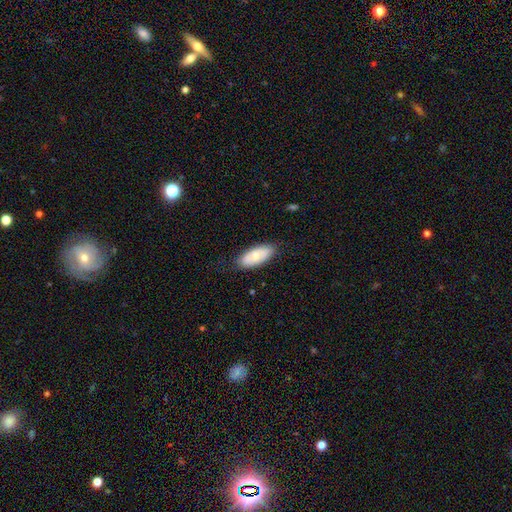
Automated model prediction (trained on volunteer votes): The model was most divided on "smooth or featured": smooth: 65%, featured or disk: 29%, star or artifact: 6%. More confident: how rounded — in between (89%); merging — none (81%).